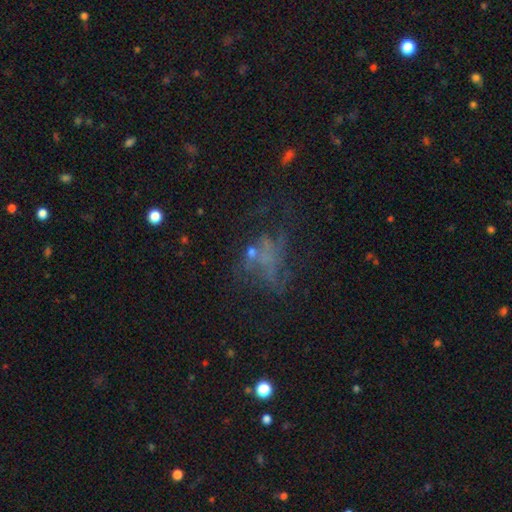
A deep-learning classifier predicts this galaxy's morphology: The model was most divided on "merging": major disturbance: 40%, none: 38%, minor disturbance: 15%, merger: 7%. More confident: edge-on disk — no (97%); bar — no (87%); spiral arms — no (72%); bulge size — none (66%); smooth or featured — featured or disk (53%).